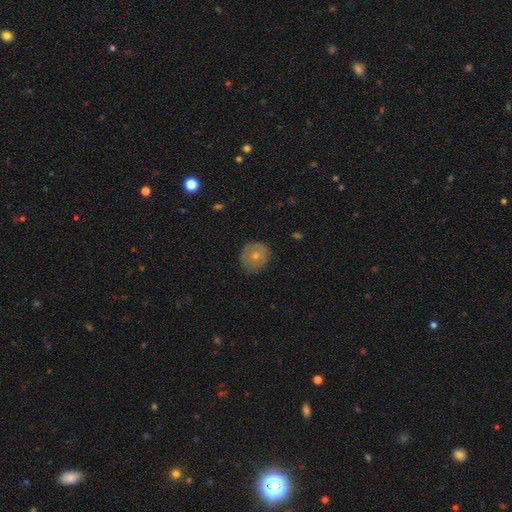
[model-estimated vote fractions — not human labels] Overall: smooth (59%; featured or disk 33%). How rounded: round (85%). Merging: none (79%).